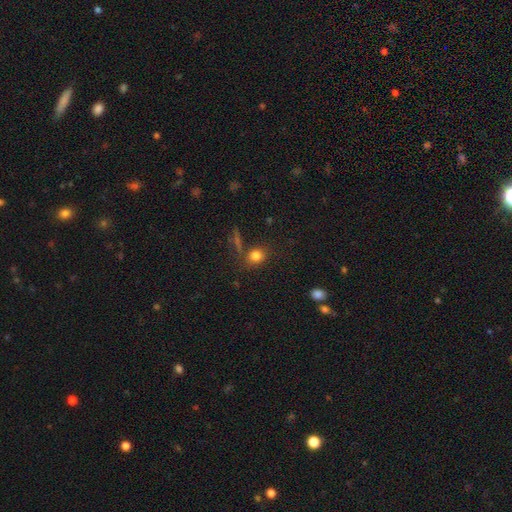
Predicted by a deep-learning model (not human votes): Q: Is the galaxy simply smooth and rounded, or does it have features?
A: smooth — 80%.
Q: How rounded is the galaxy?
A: round — 69%.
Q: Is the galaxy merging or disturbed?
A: none — 75%.